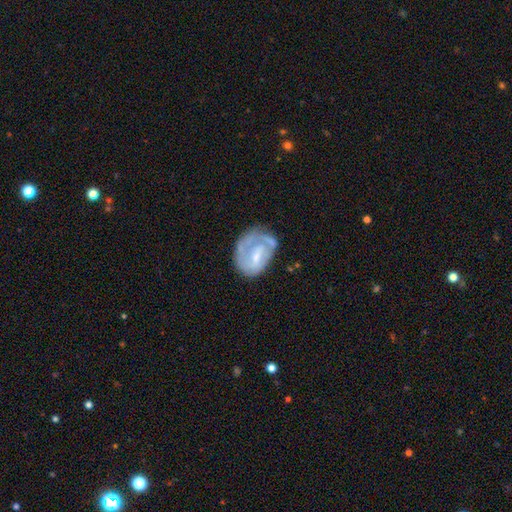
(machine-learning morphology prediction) smooth_or_featured: featured or disk (p=0.66) [alt: smooth p=0.28]
disk_edge_on: no (p=0.97) [alt: yes p=0.03]
bar: weak (p=0.50) [alt: no p=0.37]
has_spiral_arms: yes (p=0.68) [alt: no p=0.32]
bulge_size: small (p=0.51) [alt: moderate p=0.35]
merging: none (p=0.47) [alt: minor disturbance p=0.29]